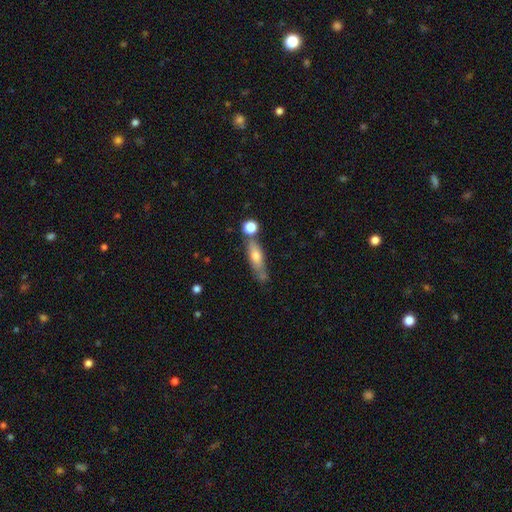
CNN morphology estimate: smooth 54%, featured or disk 38%, star or artifact 9%. Down the decision tree: how rounded — cigar-shaped (66%); merging — none (58%).